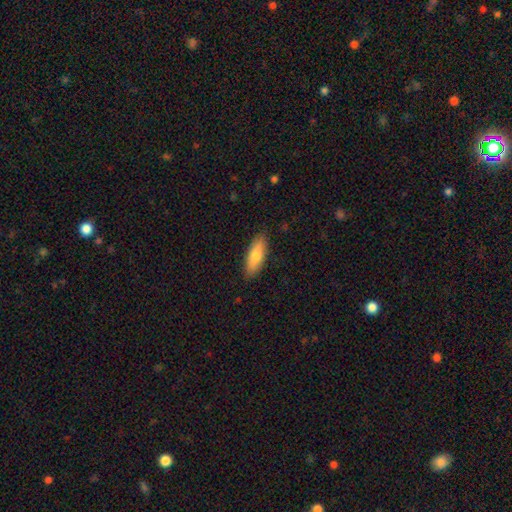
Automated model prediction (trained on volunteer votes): This is likely a smooth galaxy (76%). How rounded: likely in between (64%). Merging: clearly none (88%).